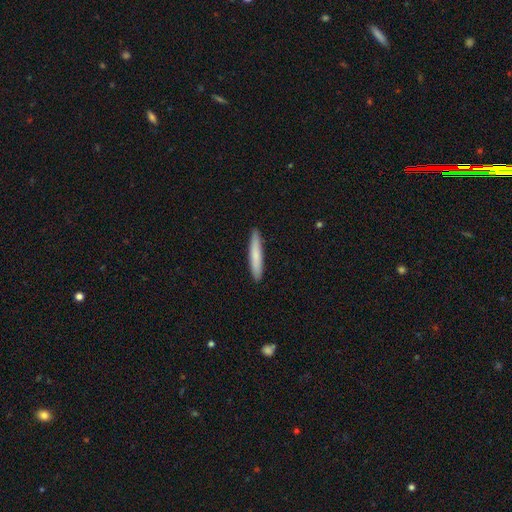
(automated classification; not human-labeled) This is likely a smooth galaxy (77%). How rounded: clearly cigar-shaped (93%). Merging: clearly none (91%).